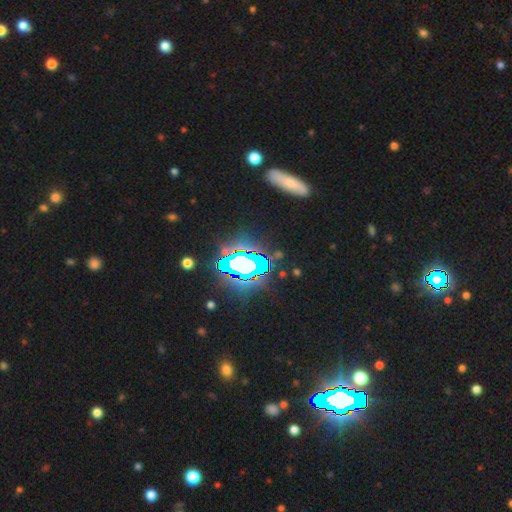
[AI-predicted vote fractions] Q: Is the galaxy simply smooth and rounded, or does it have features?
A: star or artifact — 74%.